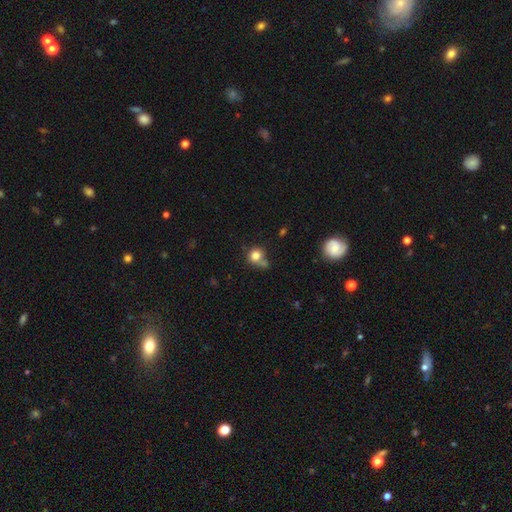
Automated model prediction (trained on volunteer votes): A smooth galaxy with no disk features (79%) that is round (84%).

Vote fractions:
- Smooth or featured? smooth: 79% / star or artifact: 12% / featured or disk: 9%
- How rounded? round: 84% / in between: 15% / cigar-shaped: 1%
- Merging? none: 53% / merger: 20% / minor disturbance: 19% / major disturbance: 7%